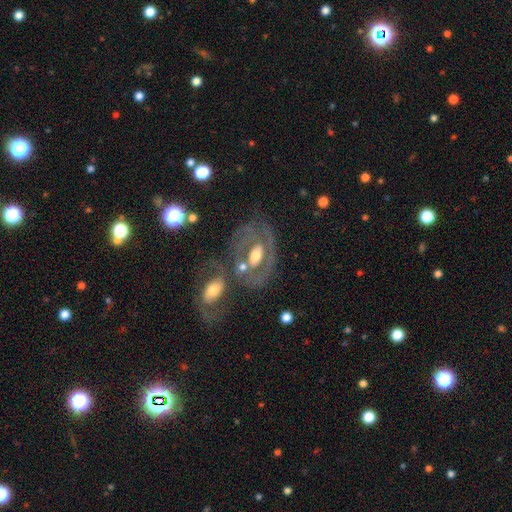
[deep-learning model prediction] Smooth or featured: featured or disk — 70% (smooth — 22%)
Edge-on disk: no — 92% (yes — 8%)
Bar: no — 55% (weak — 29%)
Spiral arms: no — 50% (tied with yes — 50%)
Bulge size: moderate — 63% (large — 17%)
Merging: none — 46% (merger — 23%)